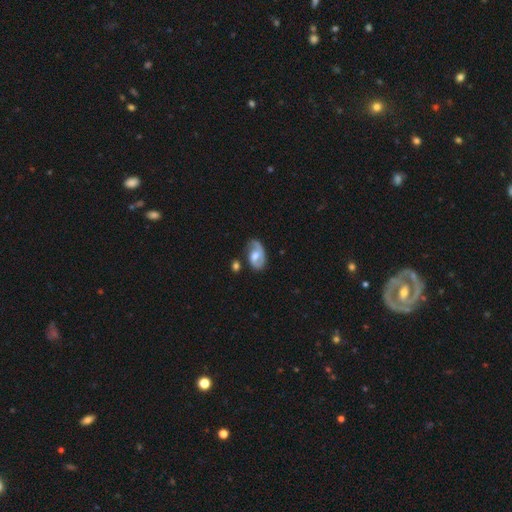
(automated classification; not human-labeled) smooth-or-featured: featured or disk: 65% | smooth: 29% | star or artifact: 6%
  disk-edge-on: no: 96% | yes: 4%
    bar: weak: 45% | no: 44% | strong: 12%
    has-spiral-arms: yes: 83% | no: 17%
      spiral-winding: medium: 43% | loose: 29% | tight: 28%
      spiral-arm-count: 2: 57% | 1: 31% | can't tell: 10% | 3: 1% | 4: 1% | more than 4: 1%
    bulge-size: moderate: 56% | small: 22% | large: 14% | none: 7% | dominant: 2%
  merging: none: 52% | minor disturbance: 28% | major disturbance: 14% | merger: 6%